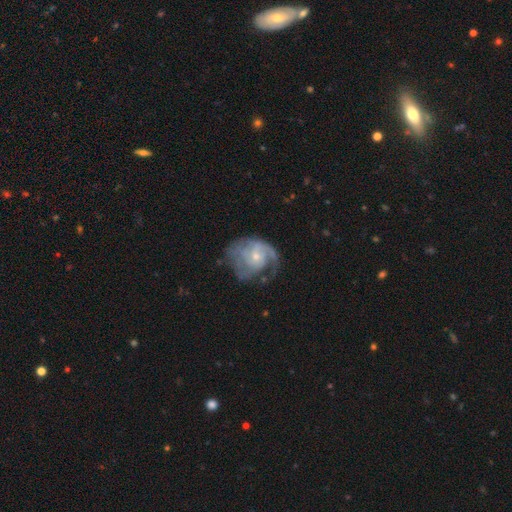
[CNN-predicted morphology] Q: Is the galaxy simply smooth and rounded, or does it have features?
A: featured or disk — 76%.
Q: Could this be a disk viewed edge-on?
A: no — 98%.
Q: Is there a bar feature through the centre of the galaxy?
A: no — 67%.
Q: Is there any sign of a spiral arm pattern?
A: yes — 86%.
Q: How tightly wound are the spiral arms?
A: medium — 40%.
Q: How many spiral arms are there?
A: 2 — 29%, tied with can't tell.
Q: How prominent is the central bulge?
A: small — 65%.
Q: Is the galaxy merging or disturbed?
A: none — 43%.